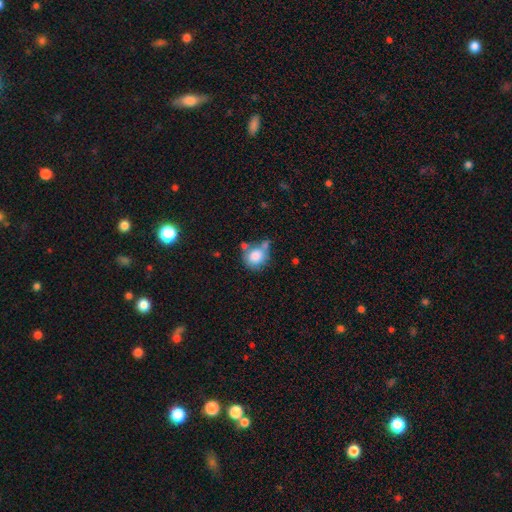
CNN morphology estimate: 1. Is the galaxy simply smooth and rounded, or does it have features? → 81% smooth, 11% featured or disk, 9% star or artifact.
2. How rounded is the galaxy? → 78% round, 21% in between, 1% cigar-shaped.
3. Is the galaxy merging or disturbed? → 47% none, 23% minor disturbance, 22% merger, 9% major disturbance.